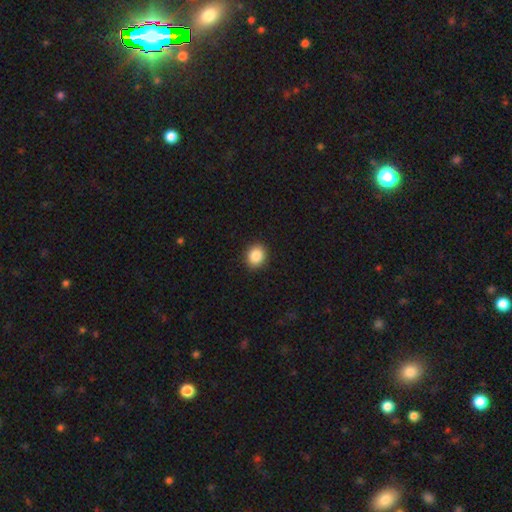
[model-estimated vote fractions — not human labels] Smooth or featured? smooth (88%)
How rounded? round (68%)
Merging? none (91%)